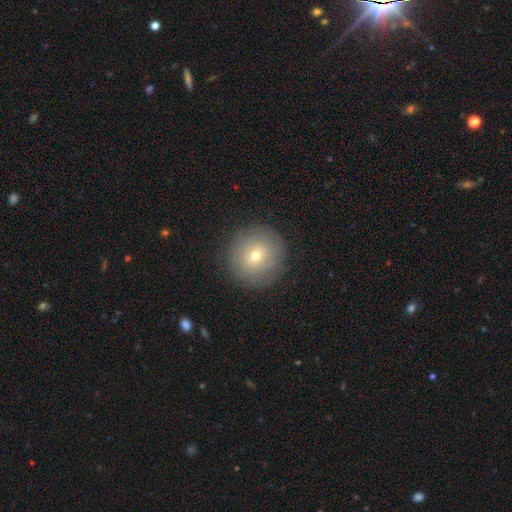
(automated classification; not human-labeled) A smooth galaxy with no disk features (62%) that is round (94%).

Vote fractions:
- Smooth or featured? smooth: 62% / featured or disk: 27% / star or artifact: 11%
- How rounded? round: 94% / in between: 5% / cigar-shaped: 1%
- Merging? none: 87% / minor disturbance: 9% / major disturbance: 3% / merger: 1%